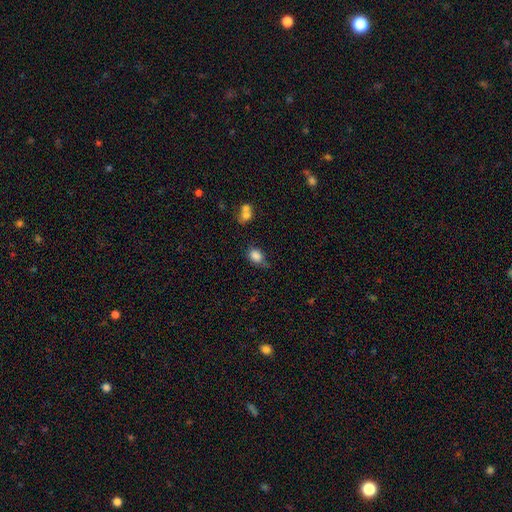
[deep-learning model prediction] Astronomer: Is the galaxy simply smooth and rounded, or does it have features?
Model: smooth — 83%.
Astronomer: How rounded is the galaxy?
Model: in between — 68%.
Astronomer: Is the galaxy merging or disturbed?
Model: none — 49% (runner-up: minor disturbance, 34%).